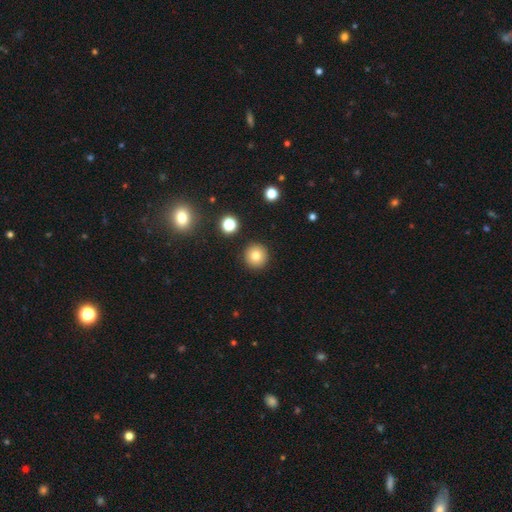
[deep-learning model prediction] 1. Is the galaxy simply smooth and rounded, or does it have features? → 81% smooth, 11% star or artifact, 7% featured or disk.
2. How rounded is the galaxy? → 95% round, 4% in between, 1% cigar-shaped.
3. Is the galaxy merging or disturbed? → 92% none, 5% minor disturbance, 2% major disturbance, 2% merger.